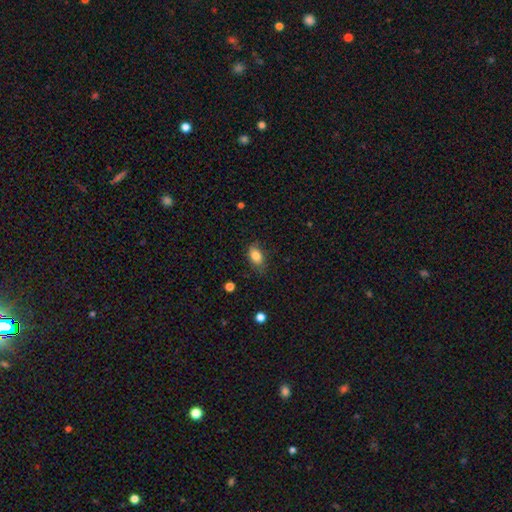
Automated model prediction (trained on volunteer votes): Smooth or featured?
  - smooth: 83% *
  - featured or disk: 9%
  - star or artifact: 8%
How rounded?
  - in between: 88% *
  - round: 9%
  - cigar-shaped: 3%
Merging?
  - none: 73% *
  - minor disturbance: 21%
  - major disturbance: 5%
  - merger: 1%